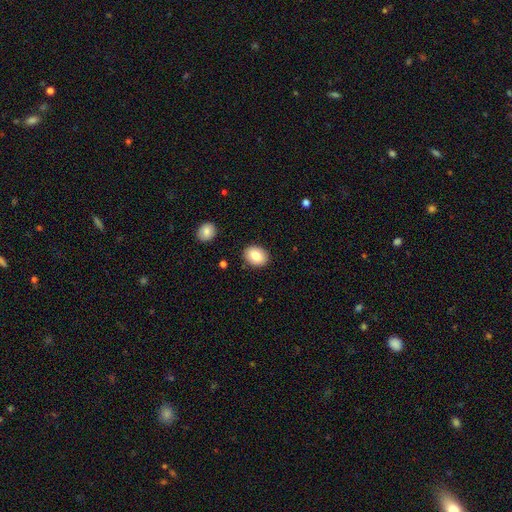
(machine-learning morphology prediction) Smooth or featured? smooth (82%)
How rounded? in between (63%)
Merging? none (88%)